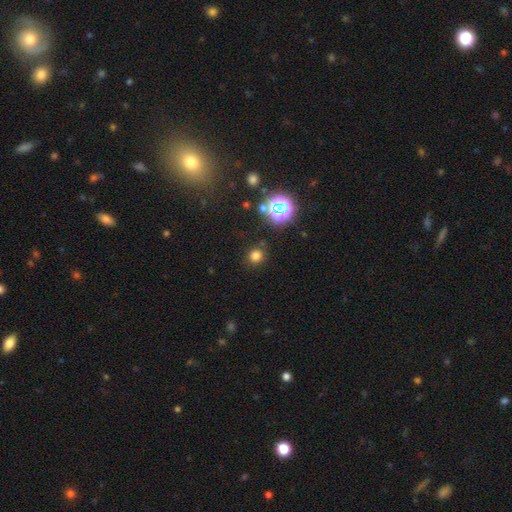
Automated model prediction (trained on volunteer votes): smooth 73%, star or artifact 22%, featured or disk 5%. Down the decision tree: how rounded — round (92%); merging — none (86%).